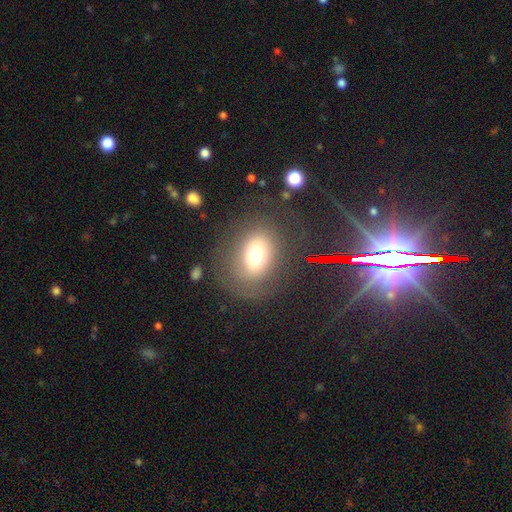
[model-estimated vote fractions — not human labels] Smooth or featured? smooth (64%)
How rounded? round (50%)
Merging? none (71%)